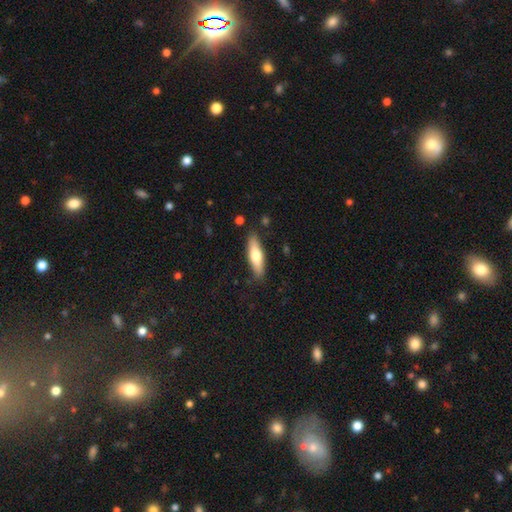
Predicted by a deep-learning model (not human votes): Overall: smooth (62%; featured or disk 33%). How rounded: cigar-shaped (59%; in between 39%). Merging: none (86%).